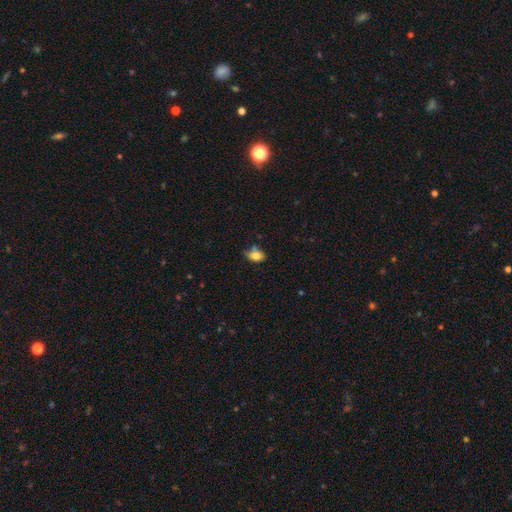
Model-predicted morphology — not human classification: Smooth or featured? Predicted: smooth (p=0.79). How rounded? Predicted: in between (p=0.75). Merging? Predicted: none (p=0.53).